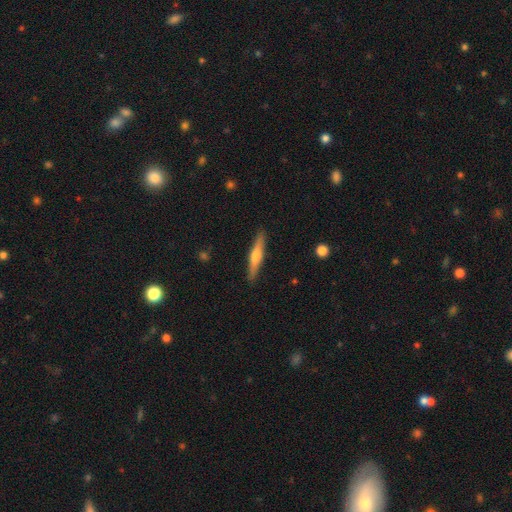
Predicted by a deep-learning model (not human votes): This appears to be a featured or disk galaxy (52%) viewed edge-on (96%) with a rounded central bulge (83%). Merging: none (90%).